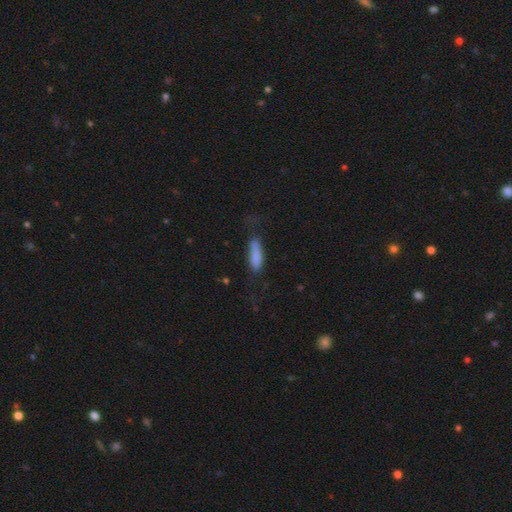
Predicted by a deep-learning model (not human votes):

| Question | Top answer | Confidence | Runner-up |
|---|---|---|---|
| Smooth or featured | smooth | 83% | featured or disk (10%) |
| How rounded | cigar-shaped | 56% | in between (42%) |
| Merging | none | 57% | minor disturbance (26%) |